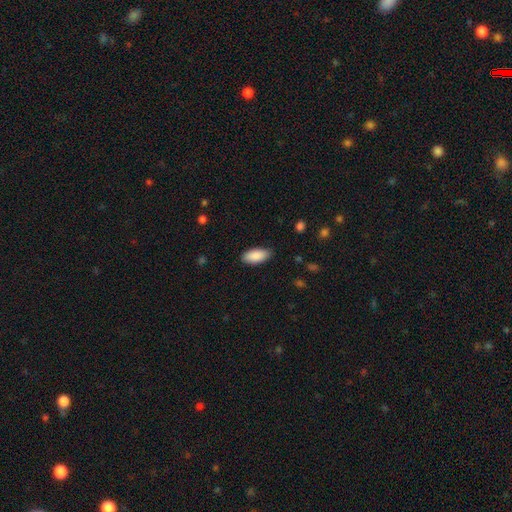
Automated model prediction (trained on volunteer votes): Overall: smooth (89%). How rounded: in between (90%). Merging: none (82%).